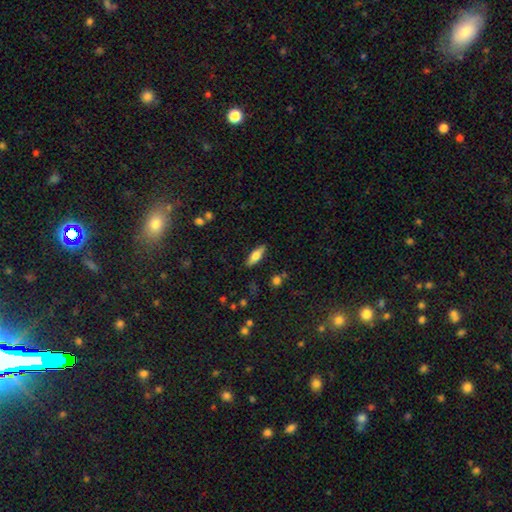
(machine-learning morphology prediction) The model was most divided on "how rounded": in between: 56%, cigar-shaped: 42%, round: 2%. More confident: merging — none (87%); smooth or featured — smooth (60%).